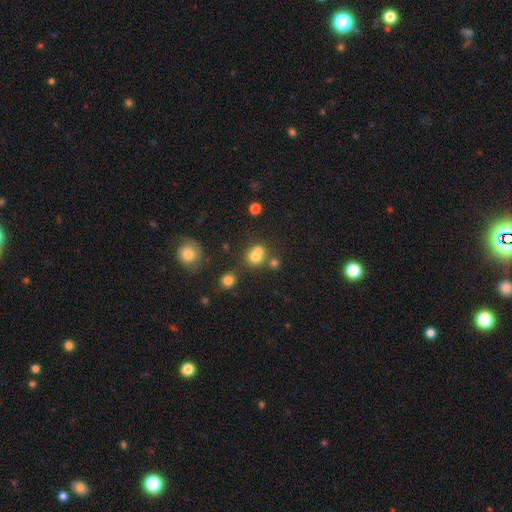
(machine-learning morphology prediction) Smooth or featured? smooth (70%)
How rounded? round (77%)
Merging? merger (48%)